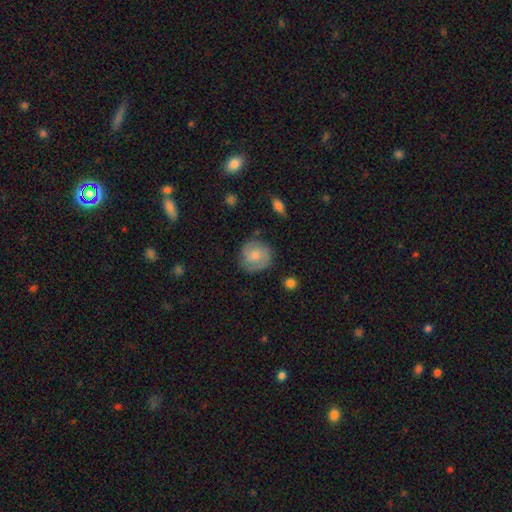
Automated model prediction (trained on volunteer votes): Smooth or featured: featured or disk — 50% (smooth — 43%)
Edge-on disk: no — 97% (yes — 3%)
Merging: none — 76% (minor disturbance — 17%)